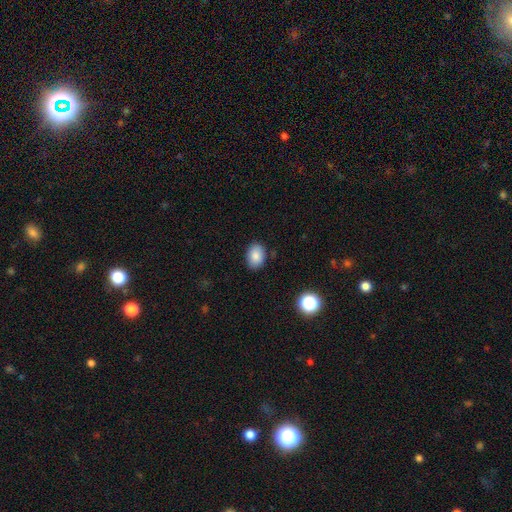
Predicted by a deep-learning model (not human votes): Morphology: type=smooth (86%); roundness=in between (78%); merging=none (86%).